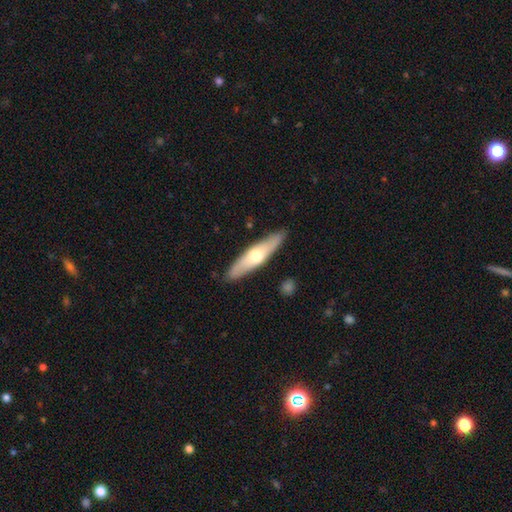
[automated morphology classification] Smooth or featured? Predicted: featured or disk (p=0.49). Merging? Predicted: none (p=0.88).